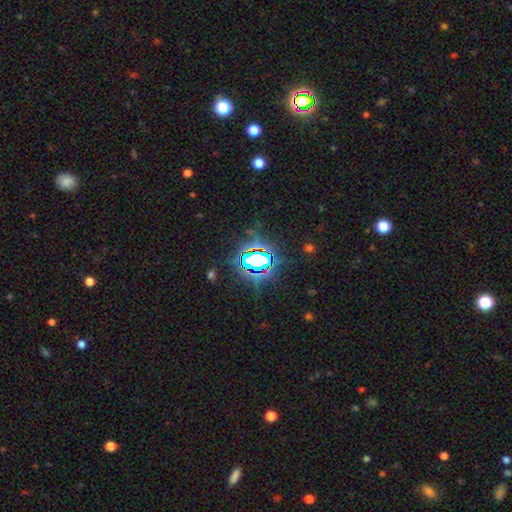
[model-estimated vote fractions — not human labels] smooth_or_featured: star or artifact (p=0.75) [alt: smooth p=0.13]